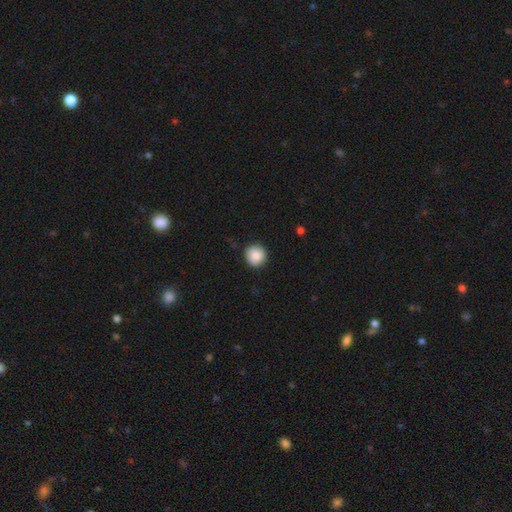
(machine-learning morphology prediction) A smooth galaxy with no disk features (87%) that is round (94%).

Vote fractions:
- Smooth or featured? smooth: 87% / star or artifact: 8% / featured or disk: 5%
- How rounded? round: 94% / in between: 5% / cigar-shaped: 1%
- Merging? none: 90% / minor disturbance: 7% / major disturbance: 2% / merger: 1%